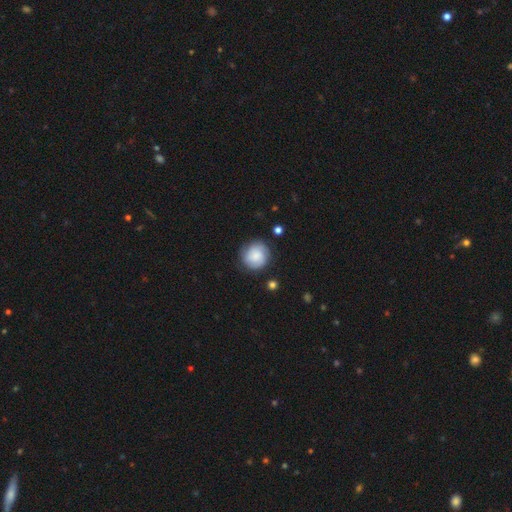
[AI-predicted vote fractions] Smooth or featured: smooth — 70% (featured or disk — 22%)
How rounded: round — 89% (in between — 10%)
Merging: none — 80% (minor disturbance — 14%)